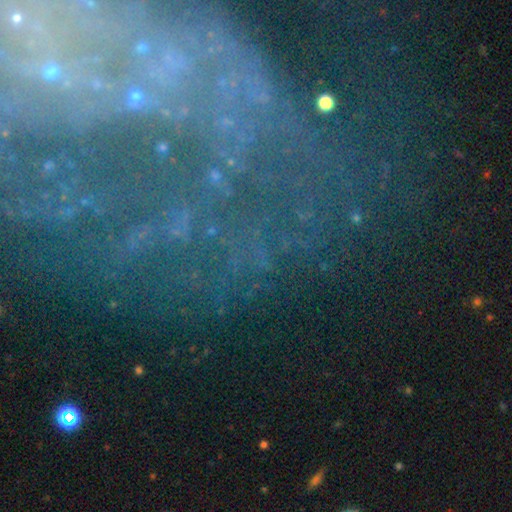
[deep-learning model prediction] This is possibly a star or artifact rather than a galaxy (50%).